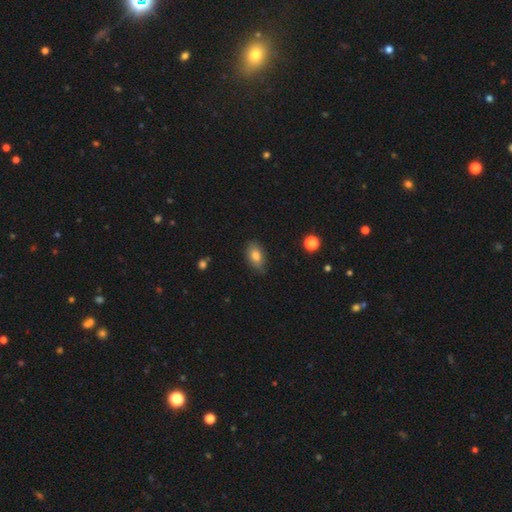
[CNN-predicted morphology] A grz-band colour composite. It shows a smooth galaxy with no disk features (81%) that is in between round and cigar-shaped (88%). Merging: none (78%).